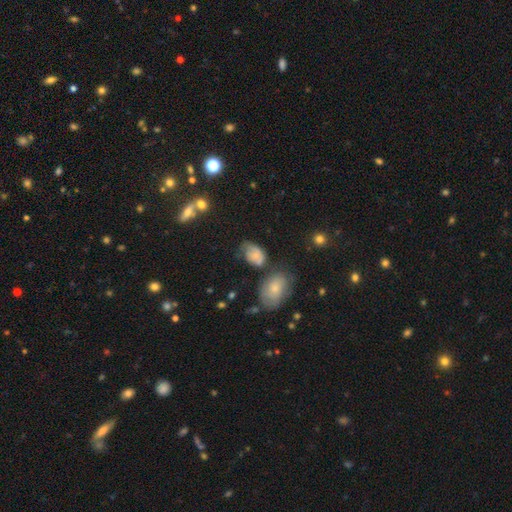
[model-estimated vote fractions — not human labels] This is possibly a smooth galaxy (57%). How rounded: likely in between (77%). Merging: marginally none (39%).